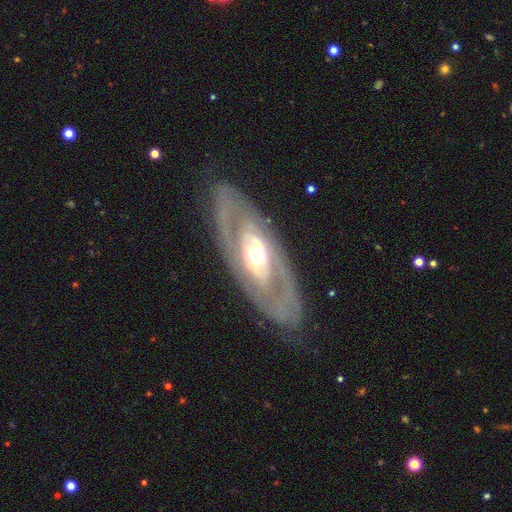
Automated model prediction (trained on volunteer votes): Smooth or featured: featured or disk — 79% (smooth — 17%)
Edge-on disk: no — 85% (yes — 15%)
Bar: no — 66% (weak — 22%)
Spiral arms: no — 50% (tied with yes — 50%)
Bulge size: moderate — 69% (large — 17%)
Merging: none — 80% (minor disturbance — 12%)